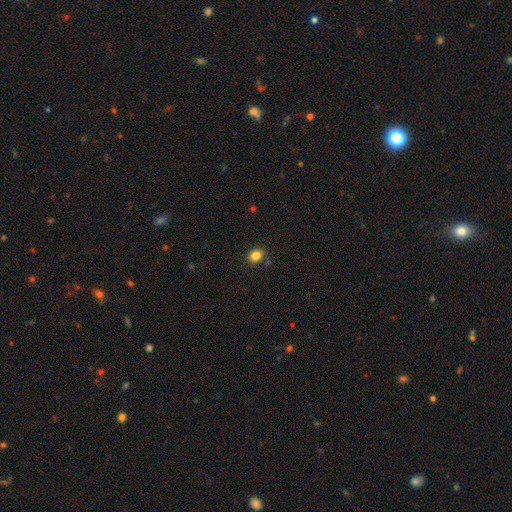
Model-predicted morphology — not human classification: This is clearly a smooth galaxy (83%). How rounded: possibly round (50%). Merging: clearly none (83%).